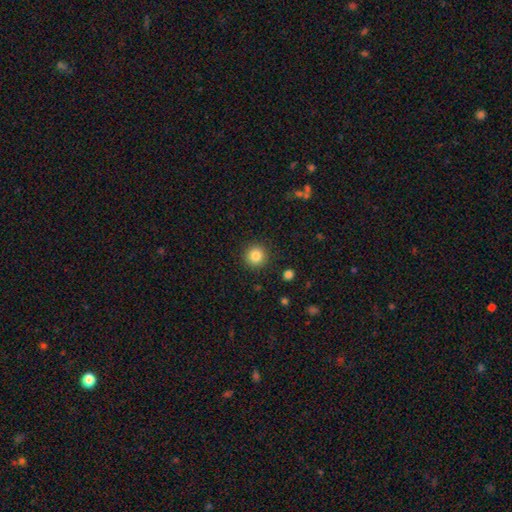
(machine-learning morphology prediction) smooth-or-featured: smooth: 84% | star or artifact: 10% | featured or disk: 6%
  how-rounded: round: 94% | in between: 5% | cigar-shaped: 1%
  merging: none: 91% | minor disturbance: 6% | major disturbance: 2% | merger: 1%